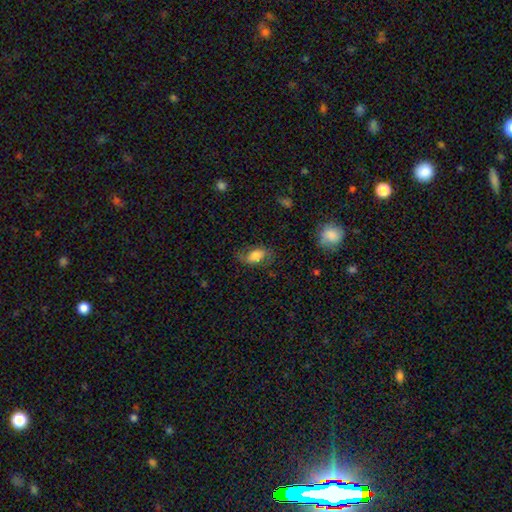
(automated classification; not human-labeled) Smooth or featured: smooth — 68% (featured or disk — 24%)
How rounded: in between — 88% (round — 8%)
Merging: none — 65% (minor disturbance — 22%)